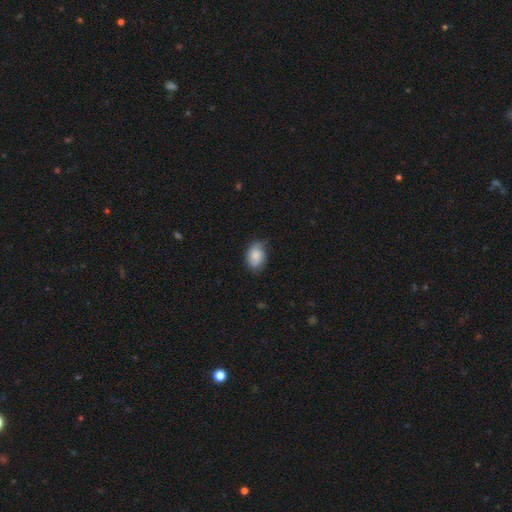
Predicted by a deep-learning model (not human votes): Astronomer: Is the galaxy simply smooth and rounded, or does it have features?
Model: smooth — 80%.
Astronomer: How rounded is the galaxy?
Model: in between — 83%.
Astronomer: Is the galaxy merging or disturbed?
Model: none — 64%.